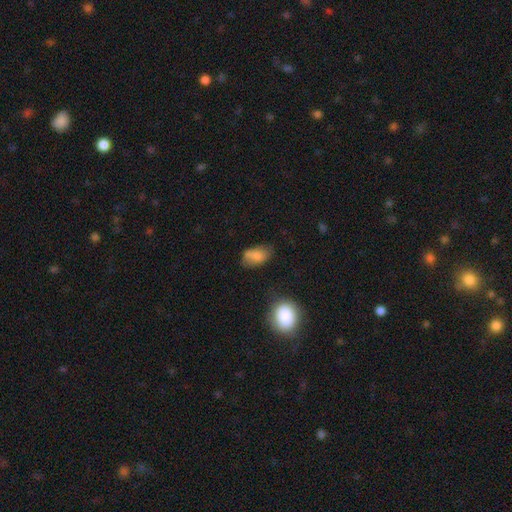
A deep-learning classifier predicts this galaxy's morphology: This is likely a smooth galaxy (75%). How rounded: clearly in between (90%). Merging: possibly none (54%).